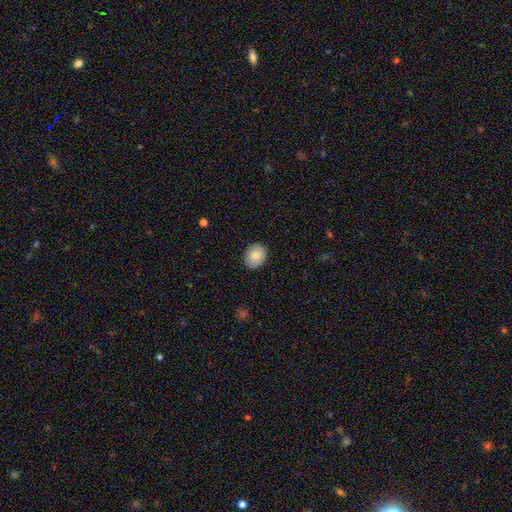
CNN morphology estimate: smooth_or_featured: smooth (p=0.83) [alt: featured or disk p=0.10]
how_rounded: round (p=0.62) [alt: in between p=0.37]
merging: none (p=0.87) [alt: minor disturbance p=0.10]